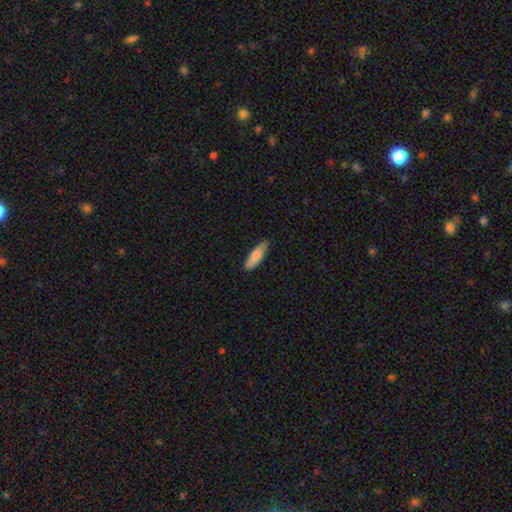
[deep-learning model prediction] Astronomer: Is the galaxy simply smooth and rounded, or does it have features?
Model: smooth — 82%.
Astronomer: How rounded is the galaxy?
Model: cigar-shaped — 54% (runner-up: in between, 44%).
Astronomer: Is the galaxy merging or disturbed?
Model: none — 81%.